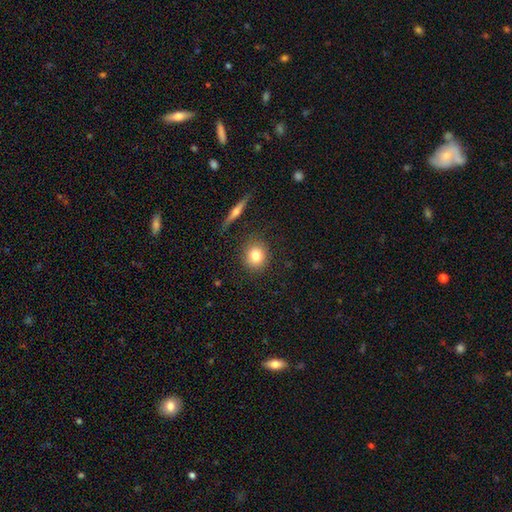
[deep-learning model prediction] Morphology: type=smooth (79%); roundness=round (81%); merging=none (85%).